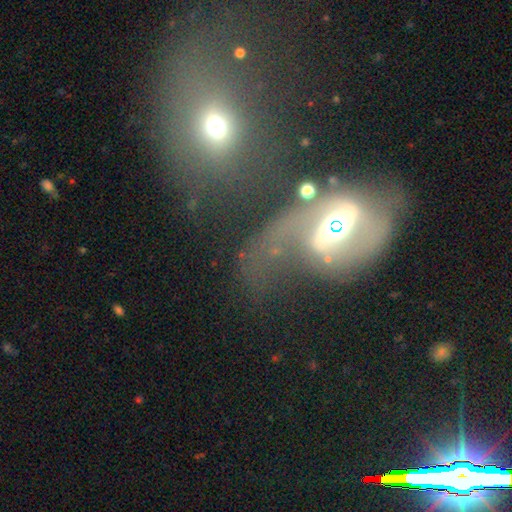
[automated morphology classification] This appears to be a featured or disk galaxy (69%) with a weak bar (39%), 2 (75%) loose (52%) spiral arms (84%) and a moderate central bulge (50%). Merging: none (32%).